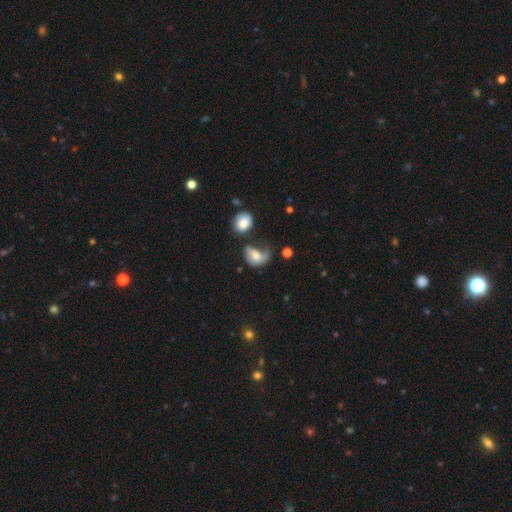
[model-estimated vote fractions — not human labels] The model was most divided on "merging": major disturbance: 43%, minor disturbance: 24%, none: 21%, merger: 12%. More confident: how rounded — in between (68%); smooth or featured — smooth (56%).